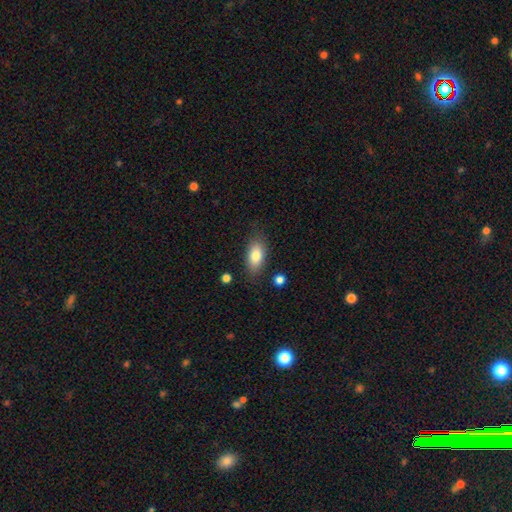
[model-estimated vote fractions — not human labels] Overall: smooth (82%). How rounded: in between (89%). Merging: none (80%).